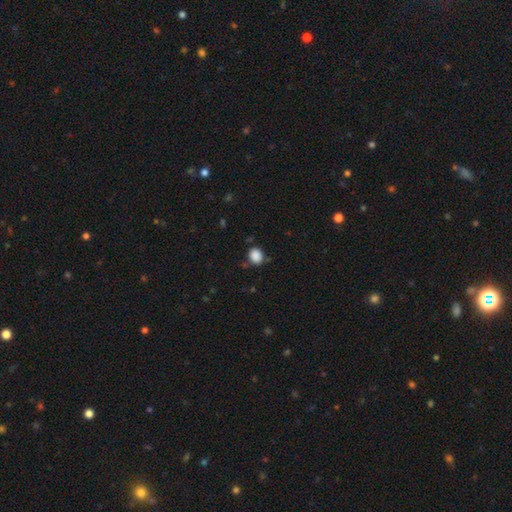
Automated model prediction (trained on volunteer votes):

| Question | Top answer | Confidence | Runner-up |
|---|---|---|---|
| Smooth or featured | smooth | 88% | star or artifact (9%) |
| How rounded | round | 50% | in between (49%) |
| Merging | none | 78% | minor disturbance (16%) |